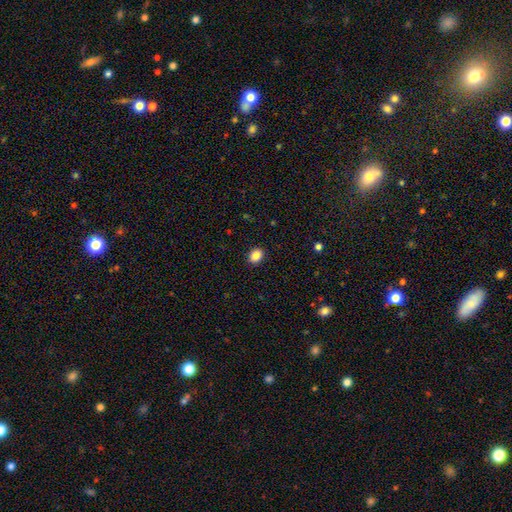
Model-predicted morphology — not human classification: Smooth or featured? Predicted: smooth (p=0.86). How rounded? Predicted: in between (p=0.56). Merging? Predicted: none (p=0.90).